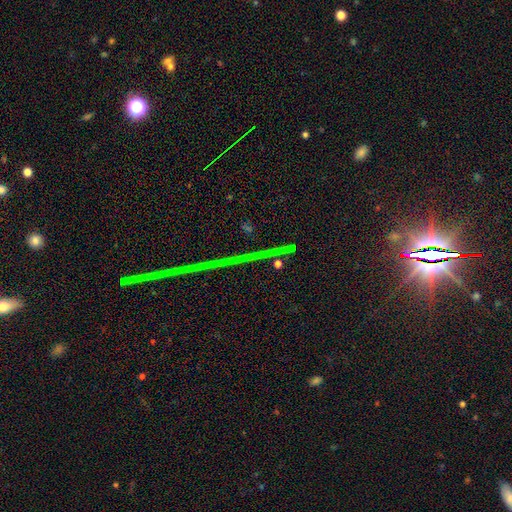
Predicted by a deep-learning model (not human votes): Smooth or featured? Predicted: star or artifact (p=0.82).